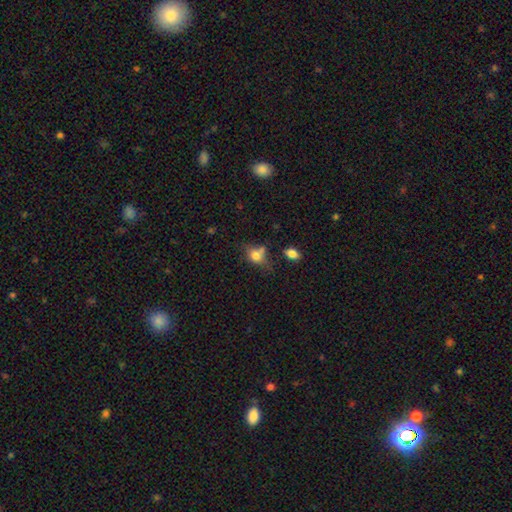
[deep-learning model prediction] Overall: smooth (75%). How rounded: in between (54%; round 44%). Merging: none (44%; minor disturbance 23%).